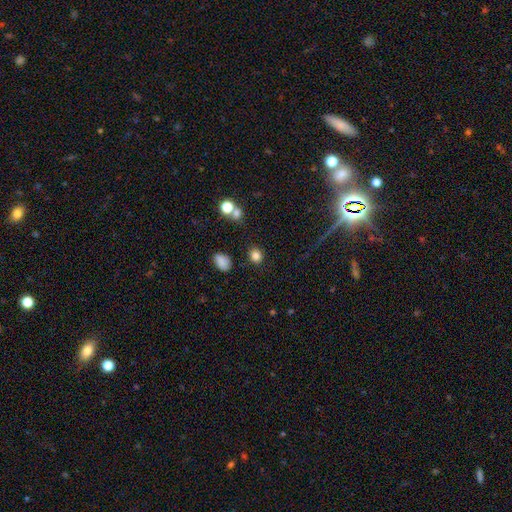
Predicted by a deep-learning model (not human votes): A smooth galaxy with no disk features (83%) that is round (67%). Merging: none (83%).